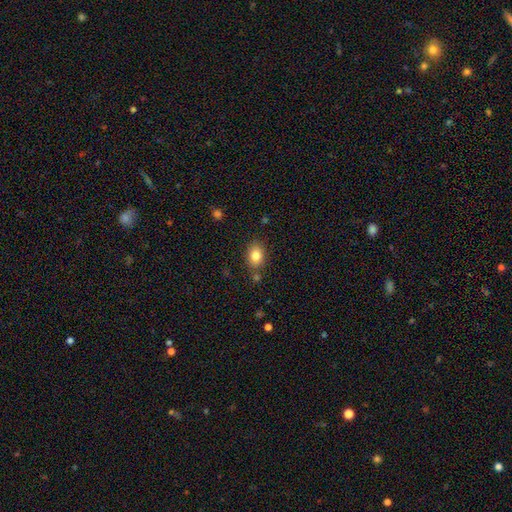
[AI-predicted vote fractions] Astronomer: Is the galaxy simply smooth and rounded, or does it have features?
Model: smooth — 83%.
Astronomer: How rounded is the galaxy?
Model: in between — 71%.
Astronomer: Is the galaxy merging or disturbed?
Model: none — 78%.